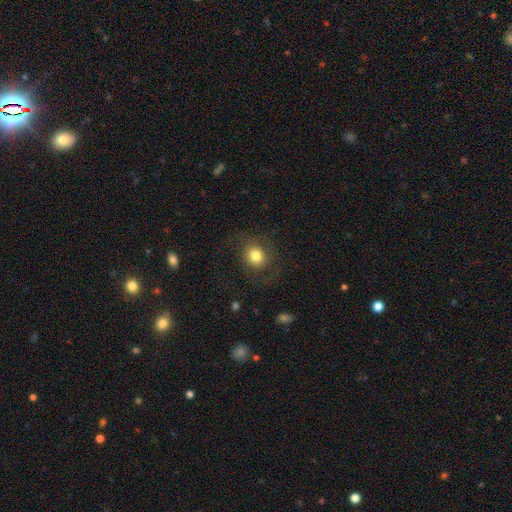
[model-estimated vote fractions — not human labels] A smooth galaxy with no disk features (74%) that is round (76%).

Vote fractions:
- Smooth or featured? smooth: 74% / featured or disk: 16% / star or artifact: 10%
- How rounded? round: 76% / in between: 23% / cigar-shaped: 1%
- Merging? none: 72% / minor disturbance: 14% / major disturbance: 13% / merger: 1%